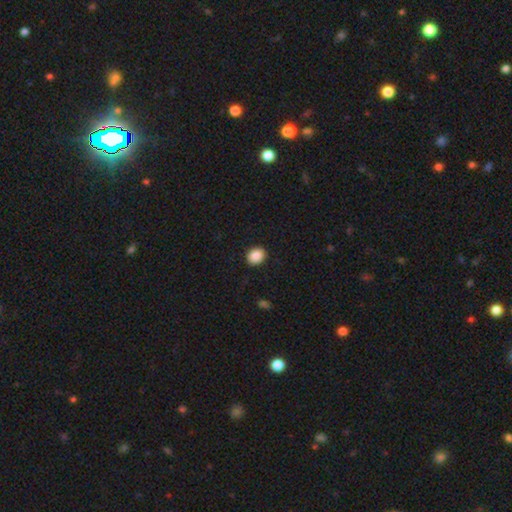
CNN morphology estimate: smooth_or_featured: smooth (p=0.88) [alt: star or artifact p=0.08]
how_rounded: round (p=0.57) [alt: in between p=0.42]
merging: none (p=0.91) [alt: minor disturbance p=0.06]